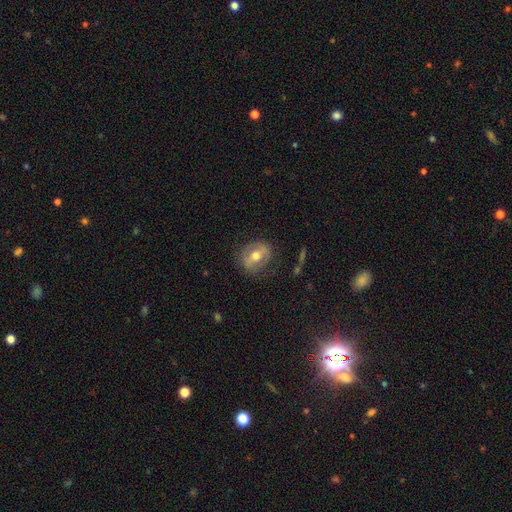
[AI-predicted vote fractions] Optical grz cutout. It shows a featured or disk galaxy (59%) with a strong bar (45%), no spiral arms (69%) and a moderate central bulge (77%). Merging: none (77%).